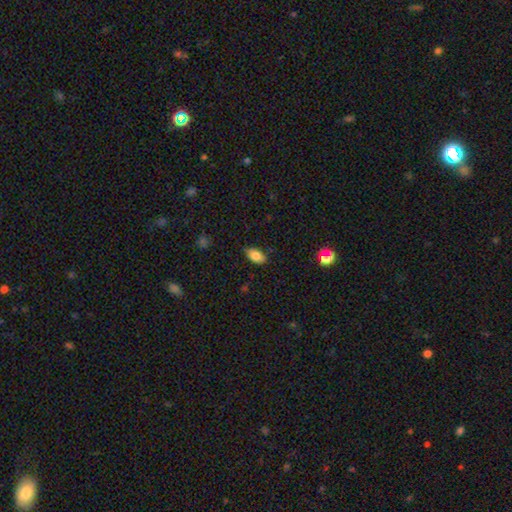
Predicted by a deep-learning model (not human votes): This is clearly a smooth galaxy (81%). How rounded: clearly in between (91%). Merging: likely none (77%).